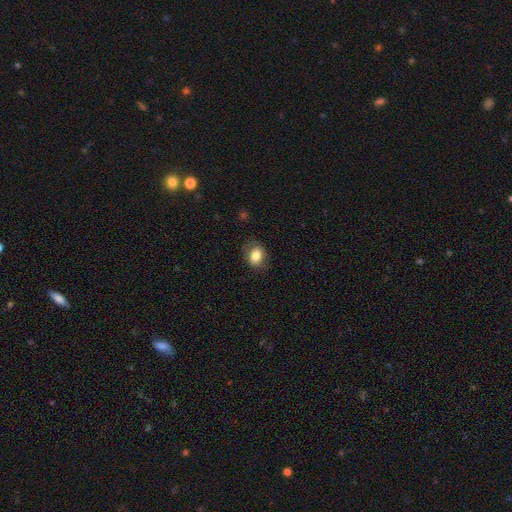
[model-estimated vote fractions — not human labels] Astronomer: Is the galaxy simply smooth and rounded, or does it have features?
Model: smooth — 82%.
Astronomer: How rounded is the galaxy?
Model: in between — 70%.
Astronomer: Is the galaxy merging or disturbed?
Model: none — 78%.